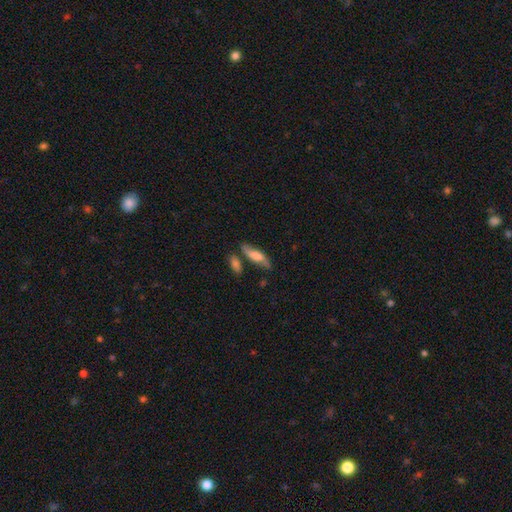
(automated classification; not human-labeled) A smooth galaxy with no disk features (54%) that is cigar-shaped (52%).

Vote fractions:
- Smooth or featured? smooth: 54% / featured or disk: 39% / star or artifact: 7%
- How rounded? cigar-shaped: 52% / in between: 45% / round: 3%
- Merging? none: 60% / minor disturbance: 21% / merger: 11% / major disturbance: 7%